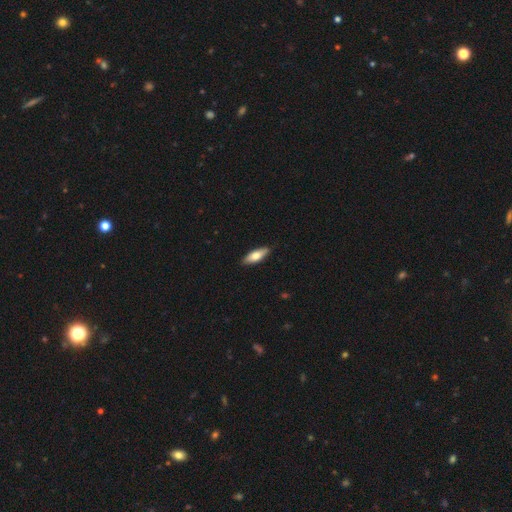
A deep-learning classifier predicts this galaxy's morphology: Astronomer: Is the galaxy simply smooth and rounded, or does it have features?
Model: smooth — 70%.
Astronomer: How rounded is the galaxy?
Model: in between — 62%.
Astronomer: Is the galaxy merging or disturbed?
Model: none — 88%.